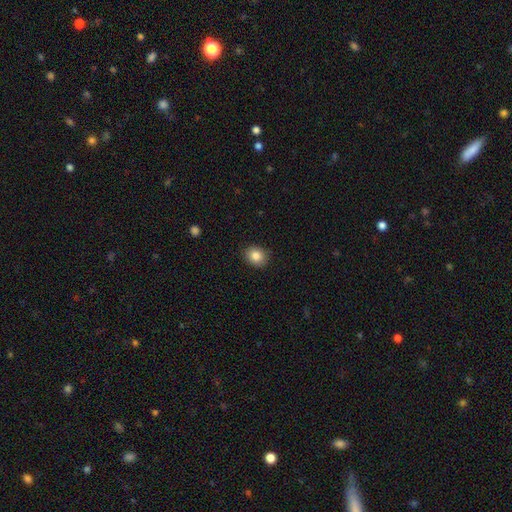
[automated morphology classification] This is clearly a smooth galaxy (85%). How rounded: likely round (61%). Merging: clearly none (89%).